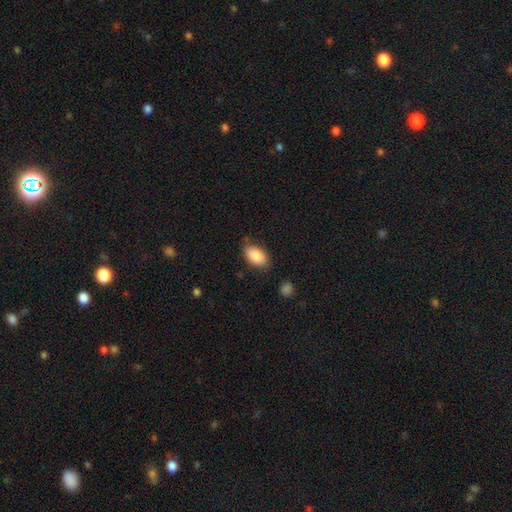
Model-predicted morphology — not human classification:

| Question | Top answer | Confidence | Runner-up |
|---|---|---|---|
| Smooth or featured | smooth | 86% | star or artifact (7%) |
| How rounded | in between | 91% | round (7%) |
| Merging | none | 77% | minor disturbance (17%) |